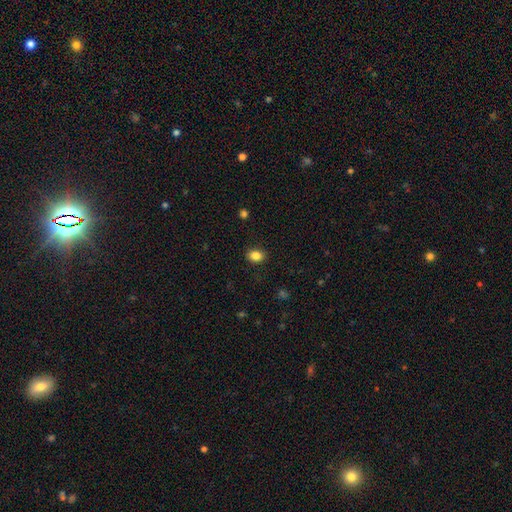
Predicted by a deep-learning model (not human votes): Morphology: type=smooth (86%); roundness=in between (64%); merging=none (89%).